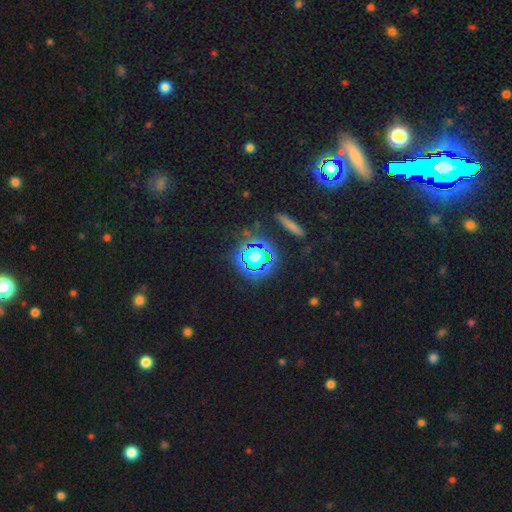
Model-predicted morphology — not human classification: This appears to be a star or artifact, not a galaxy (59%).